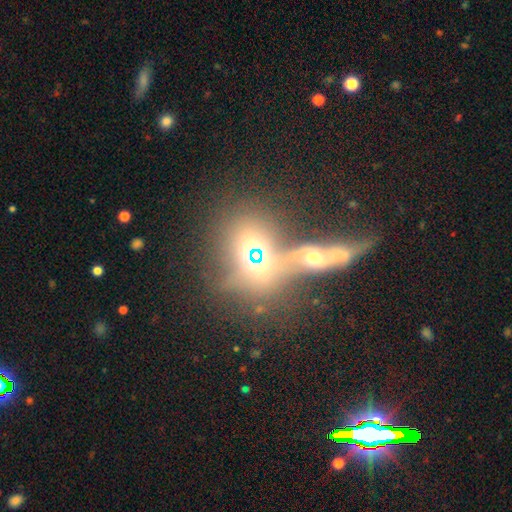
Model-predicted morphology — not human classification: smooth-or-featured: smooth: 42% | star or artifact: 30% | featured or disk: 28%
  merging: merger: 50% | none: 31% | major disturbance: 10% | minor disturbance: 9%